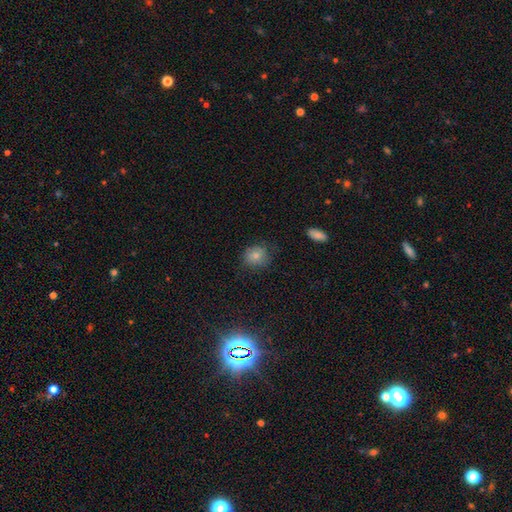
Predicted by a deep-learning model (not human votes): This is likely a smooth galaxy (79%). How rounded: likely round (73%). Merging: likely none (71%).